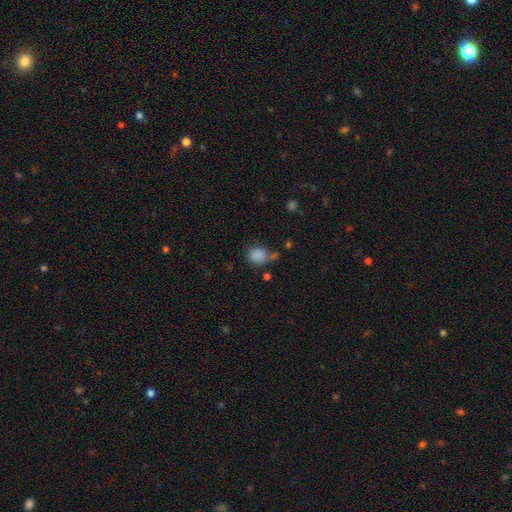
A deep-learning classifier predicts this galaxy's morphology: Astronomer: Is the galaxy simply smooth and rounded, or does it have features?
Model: smooth — 83%.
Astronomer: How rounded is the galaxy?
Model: round — 66%.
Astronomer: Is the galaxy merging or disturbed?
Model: none — 59%.